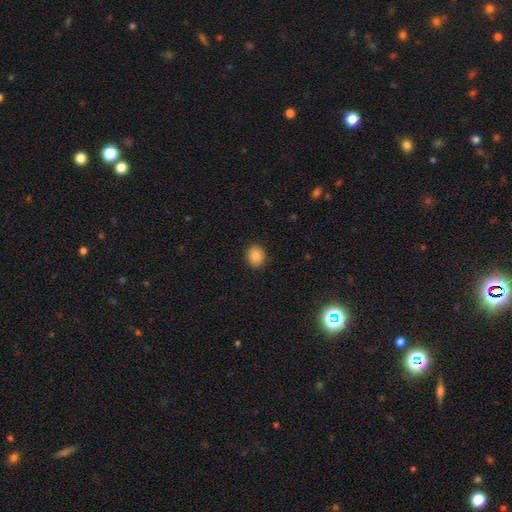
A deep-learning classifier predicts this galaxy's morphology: Smooth or featured: smooth — 87% (star or artifact — 9%)
How rounded: round — 70% (in between — 29%)
Merging: none — 90% (minor disturbance — 7%)